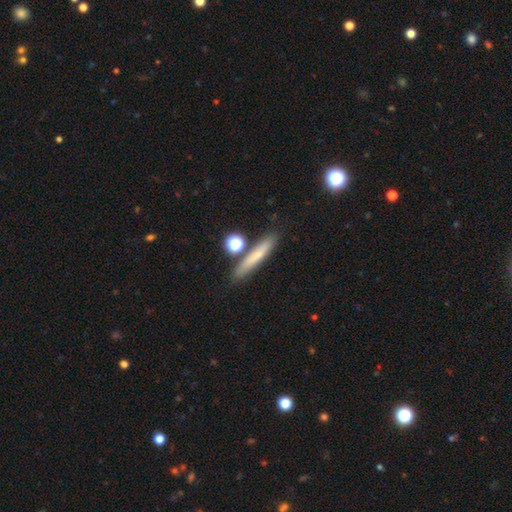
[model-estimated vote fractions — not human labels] Smooth or featured? Predicted: smooth (p=0.68). How rounded? Predicted: cigar-shaped (p=0.85). Merging? Predicted: none (p=0.77).